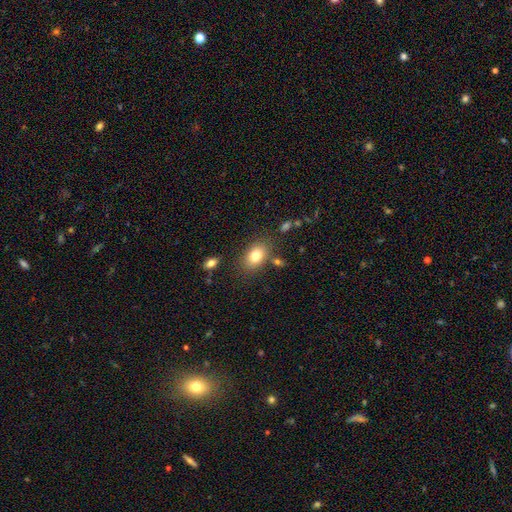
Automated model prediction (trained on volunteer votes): Overall: smooth (80%). How rounded: in between (82%). Merging: none (78%).